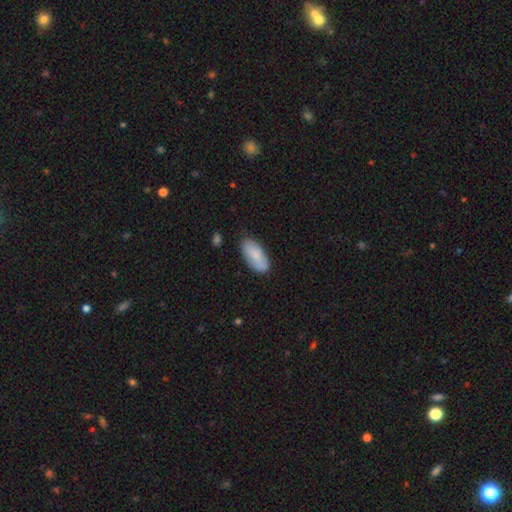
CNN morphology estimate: The model was most divided on "merging": none: 80%, minor disturbance: 15%, major disturbance: 3%, merger: 2%. More confident: how rounded — in between (89%); smooth or featured — smooth (80%).